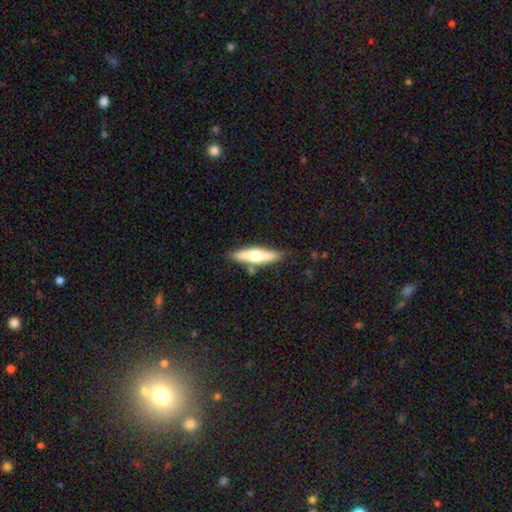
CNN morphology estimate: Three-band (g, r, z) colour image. It shows a smooth galaxy with no disk features (50%). Merging: none (77%).